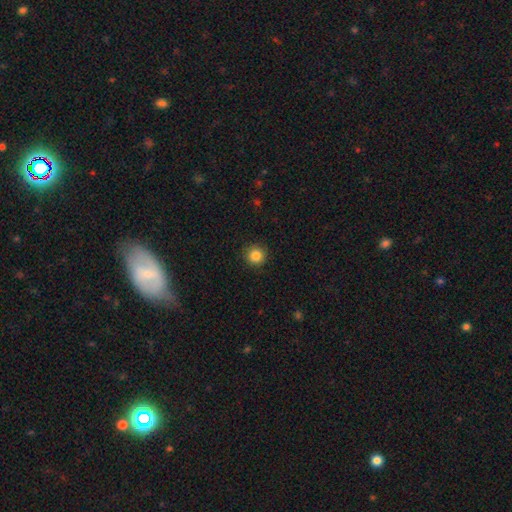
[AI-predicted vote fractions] This appears to be a smooth galaxy with no disk features (85%) that is round (95%). Merging: none (91%).